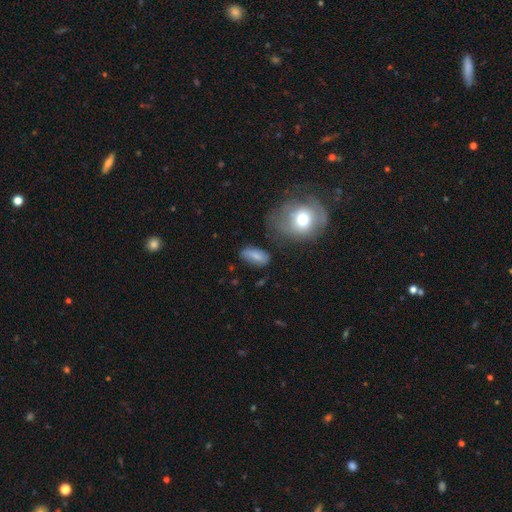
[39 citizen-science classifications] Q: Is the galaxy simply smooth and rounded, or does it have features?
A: smooth — 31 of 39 (79%).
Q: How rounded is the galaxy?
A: in between — 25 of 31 (81%).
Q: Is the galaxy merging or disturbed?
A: none — 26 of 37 (70%).